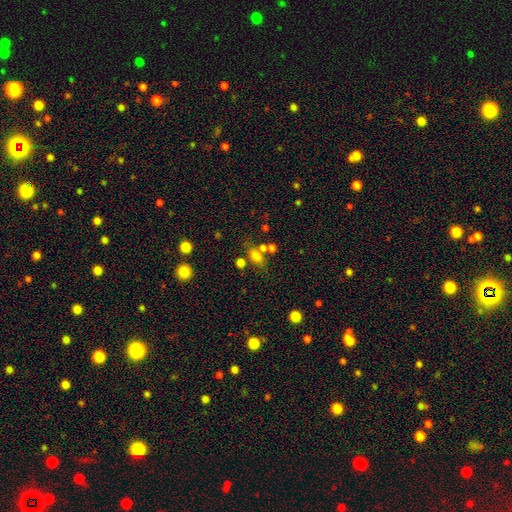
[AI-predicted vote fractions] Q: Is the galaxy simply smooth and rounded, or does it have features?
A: smooth — 74%.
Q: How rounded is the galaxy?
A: in between — 76%.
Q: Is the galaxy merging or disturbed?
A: none — 54%.